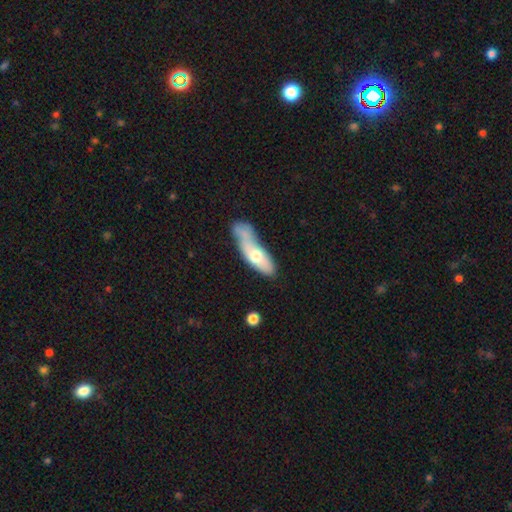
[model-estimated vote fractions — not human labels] Morphology: type=smooth (61%); roundness=in between (57%); merging=merger (28%).